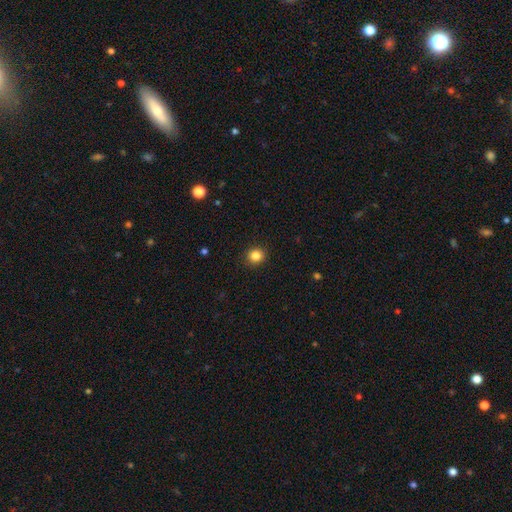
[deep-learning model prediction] A smooth galaxy with no disk features (85%) that is round (88%). Merging: none (91%).